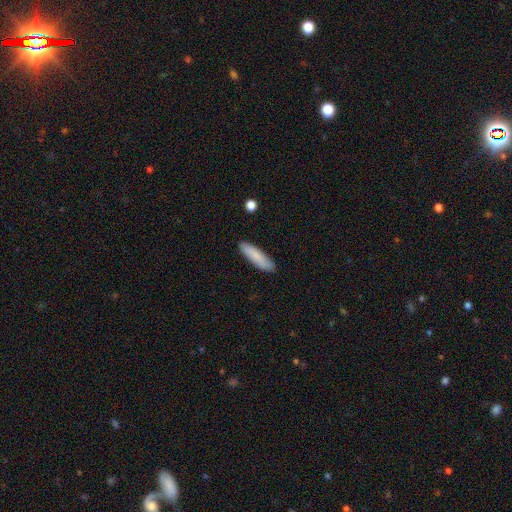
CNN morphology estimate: Q: Smooth or featured?
A: smooth (83%); runner-up: featured or disk (11%)
Q: How rounded?
A: cigar-shaped (69%); runner-up: in between (29%)
Q: Merging?
A: none (89%); runner-up: minor disturbance (8%)